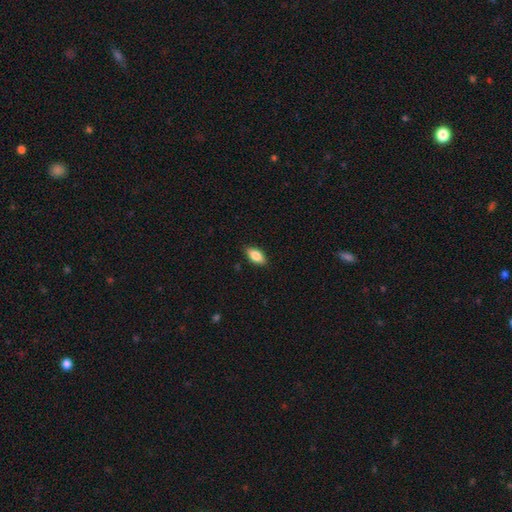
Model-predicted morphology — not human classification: type=smooth (83%); roundness=in between (89%); merging=none (86%).